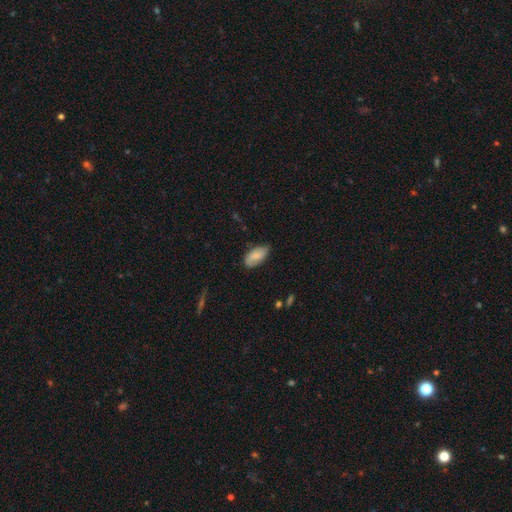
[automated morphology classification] type=smooth (72%); roundness=in between (93%); merging=none (67%).